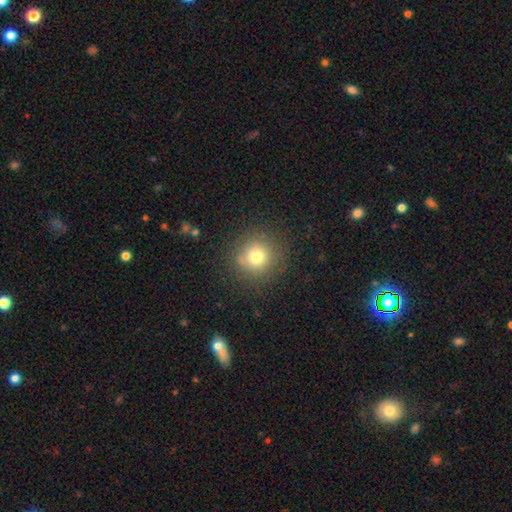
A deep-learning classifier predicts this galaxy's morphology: Overall: smooth (66%). How rounded: round (93%). Merging: none (89%).